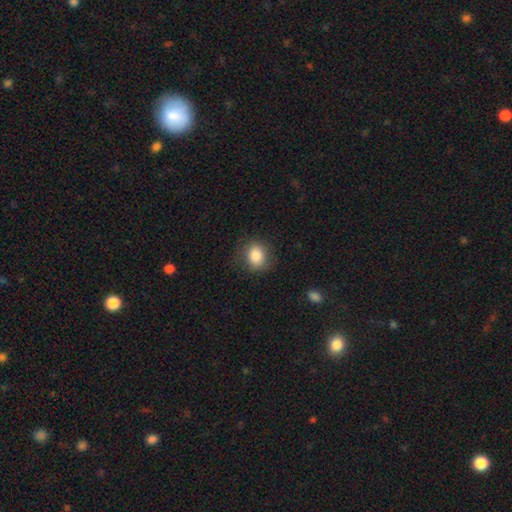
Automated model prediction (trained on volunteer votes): A smooth galaxy with no disk features (83%) that is round (60%).

Vote fractions:
- Smooth or featured? smooth: 83% / star or artifact: 9% / featured or disk: 8%
- How rounded? round: 60% / in between: 39% / cigar-shaped: 1%
- Merging? none: 80% / minor disturbance: 14% / major disturbance: 5% / merger: 1%